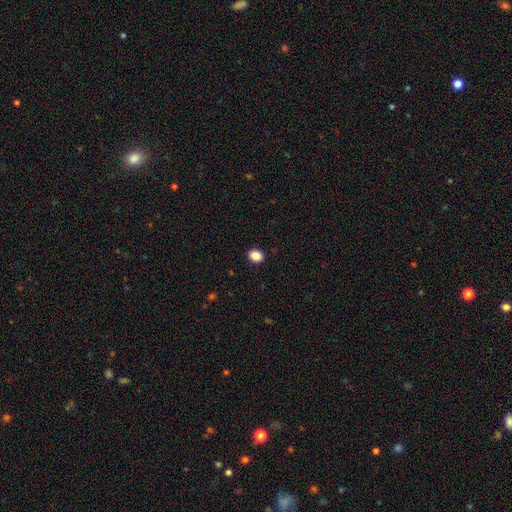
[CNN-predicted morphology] This is clearly a smooth galaxy (88%). How rounded: possibly in between (58%). Merging: clearly none (91%).